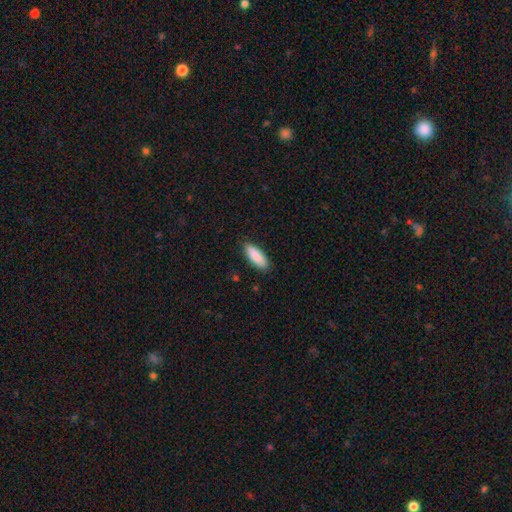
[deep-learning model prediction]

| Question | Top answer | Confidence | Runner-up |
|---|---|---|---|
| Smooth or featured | smooth | 89% | star or artifact (6%) |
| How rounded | in between | 63% | cigar-shaped (36%) |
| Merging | none | 86% | minor disturbance (11%) |